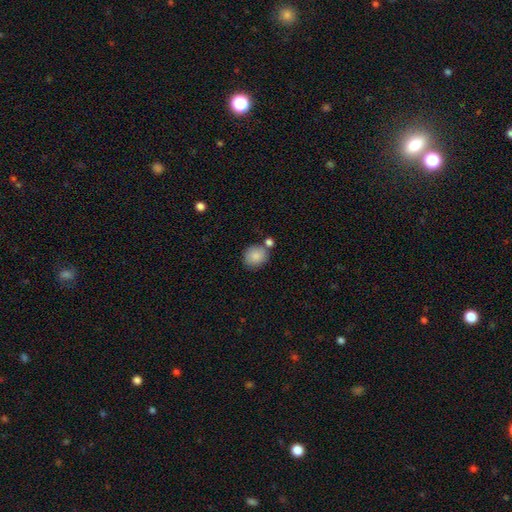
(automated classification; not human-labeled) Morphology: type=smooth (86%); roundness=round (80%); merging=none (65%).